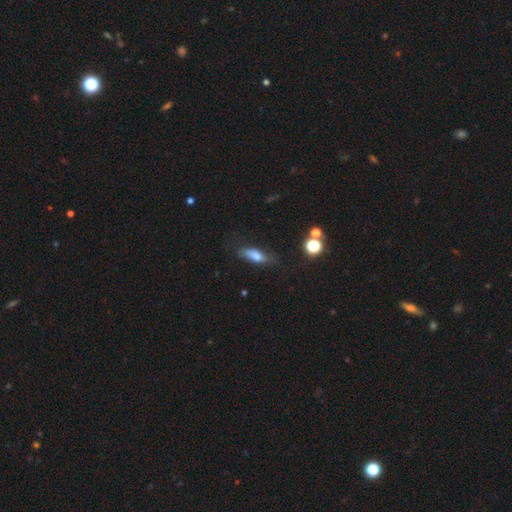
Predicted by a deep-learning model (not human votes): A smooth galaxy with no disk features (70%) that is in between round and cigar-shaped (61%).

Vote fractions:
- Smooth or featured? smooth: 70% / featured or disk: 20% / star or artifact: 10%
- How rounded? in between: 61% / cigar-shaped: 35% / round: 4%
- Merging? none: 60% / minor disturbance: 27% / major disturbance: 10% / merger: 3%